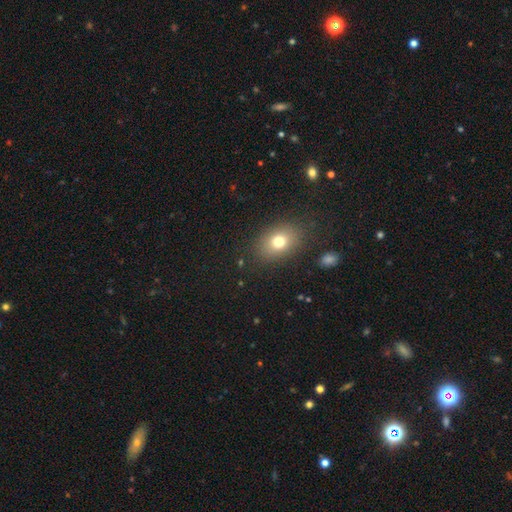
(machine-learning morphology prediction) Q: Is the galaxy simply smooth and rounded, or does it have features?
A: smooth — 65%.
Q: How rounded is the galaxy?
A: in between — 67%.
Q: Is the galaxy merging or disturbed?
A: none — 87%.